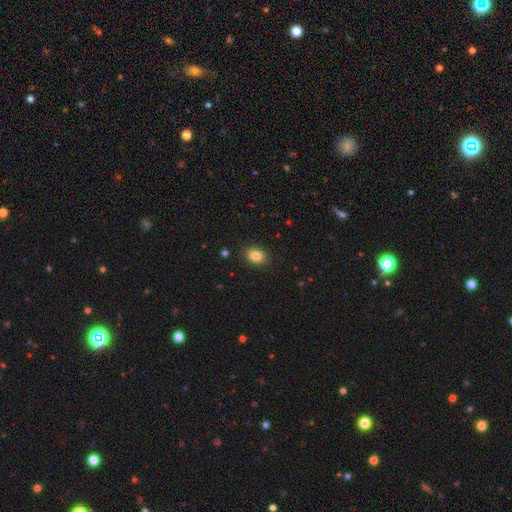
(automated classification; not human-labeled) smooth 84%, star or artifact 10%, featured or disk 6%. Down the decision tree: how rounded — in between (66%); merging — none (88%).